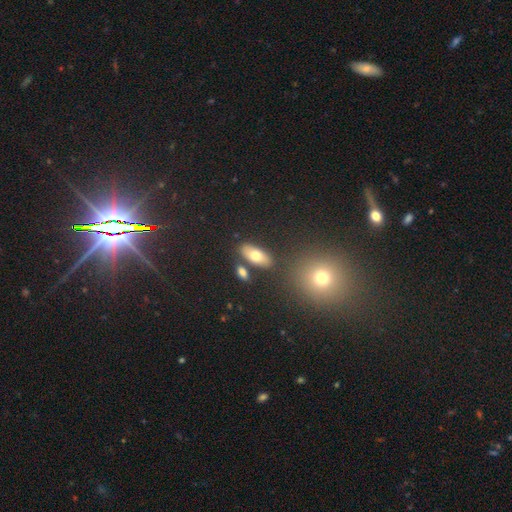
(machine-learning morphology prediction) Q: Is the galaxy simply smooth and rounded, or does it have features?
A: smooth — 72%.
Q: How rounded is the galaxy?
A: in between — 85%.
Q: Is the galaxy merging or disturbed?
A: none — 79%.